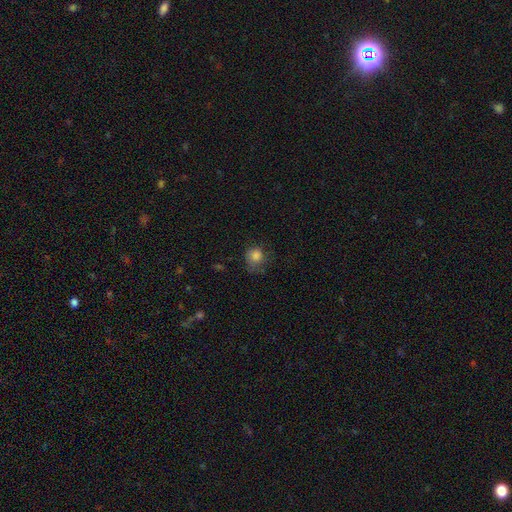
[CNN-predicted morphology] Smooth or featured? smooth (80%)
How rounded? round (80%)
Merging? none (51%)